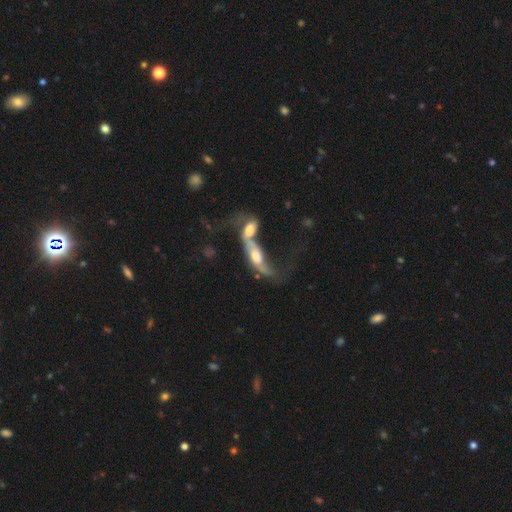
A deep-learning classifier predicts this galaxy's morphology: A featured or disk galaxy (63%).

Vote fractions:
- Smooth or featured? featured or disk: 63% / smooth: 29% / star or artifact: 8%
- Edge-on disk? no: 72% / yes: 28%
- Merging? merger: 77% / major disturbance: 10% / none: 8% / minor disturbance: 5%